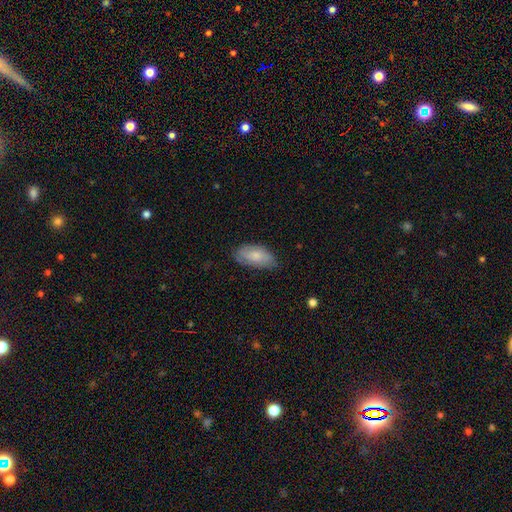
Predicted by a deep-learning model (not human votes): Overall: smooth (70%). How rounded: in between (92%). Merging: none (70%).